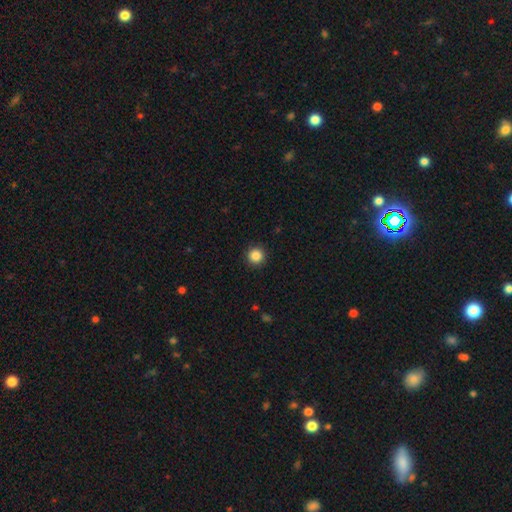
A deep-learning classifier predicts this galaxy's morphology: The model was most divided on "smooth or featured": smooth: 86%, star or artifact: 10%, featured or disk: 3%. More confident: how rounded — round (96%); merging — none (93%).